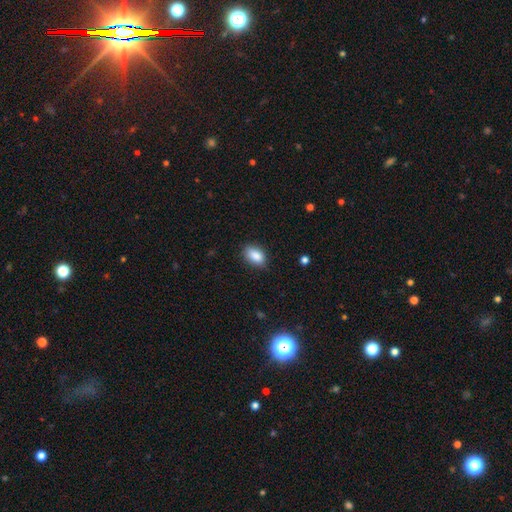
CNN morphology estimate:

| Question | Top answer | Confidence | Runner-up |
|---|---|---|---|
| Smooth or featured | smooth | 88% | star or artifact (8%) |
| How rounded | in between | 88% | round (10%) |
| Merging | none | 83% | minor disturbance (14%) |